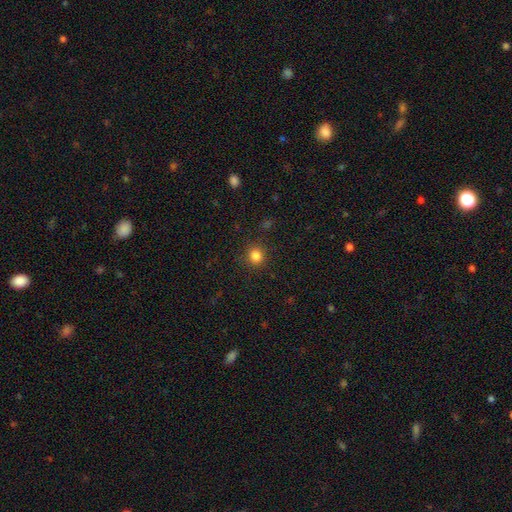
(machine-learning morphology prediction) Q: Smooth or featured?
A: smooth (84%); runner-up: star or artifact (12%)
Q: How rounded?
A: round (87%); runner-up: in between (12%)
Q: Merging?
A: none (89%); runner-up: minor disturbance (7%)